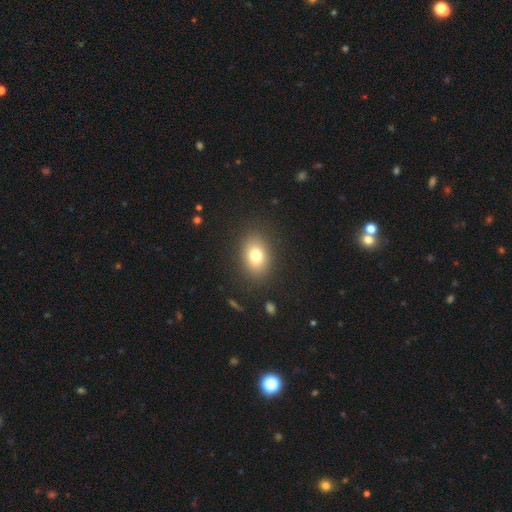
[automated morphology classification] The model was most divided on "how rounded": in between: 72%, round: 26%, cigar-shaped: 1%. More confident: merging — none (86%); smooth or featured — smooth (77%).